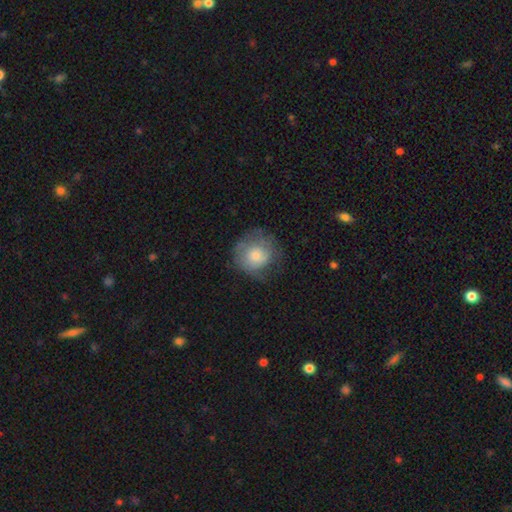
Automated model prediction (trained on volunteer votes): A smooth galaxy with no disk features (62%) that is round (87%).

Vote fractions:
- Smooth or featured? smooth: 62% / featured or disk: 30% / star or artifact: 8%
- How rounded? round: 87% / in between: 12% / cigar-shaped: 1%
- Merging? none: 59% / minor disturbance: 25% / major disturbance: 15% / merger: 1%